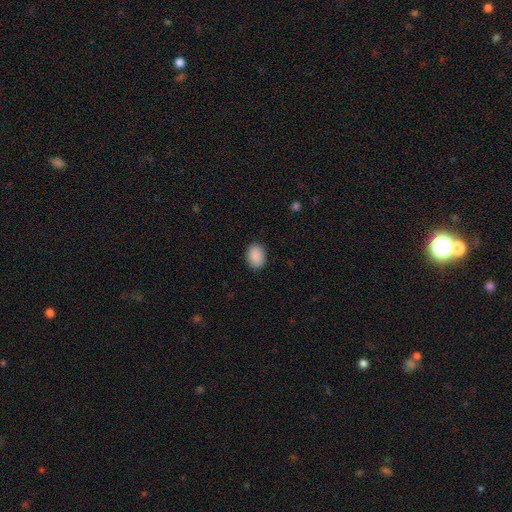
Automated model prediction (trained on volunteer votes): Smooth or featured? smooth (90%)
How rounded? in between (74%)
Merging? none (88%)